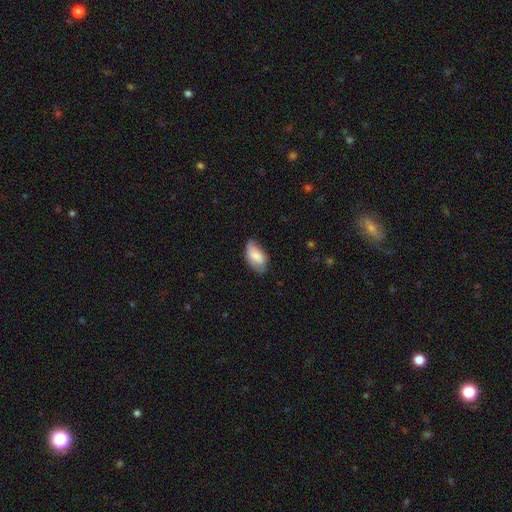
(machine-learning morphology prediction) Smooth or featured? smooth (77%)
How rounded? in between (94%)
Merging? none (59%)